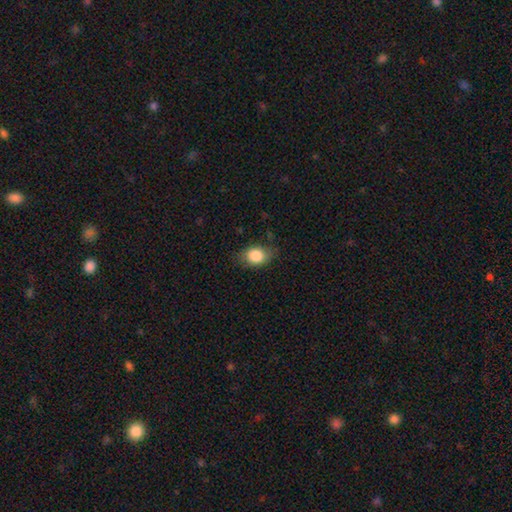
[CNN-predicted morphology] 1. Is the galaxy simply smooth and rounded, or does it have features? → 85% smooth, 8% star or artifact, 7% featured or disk.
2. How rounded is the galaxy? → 68% in between, 31% round, 1% cigar-shaped.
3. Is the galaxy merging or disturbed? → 73% none, 20% minor disturbance, 5% major disturbance, 1% merger.